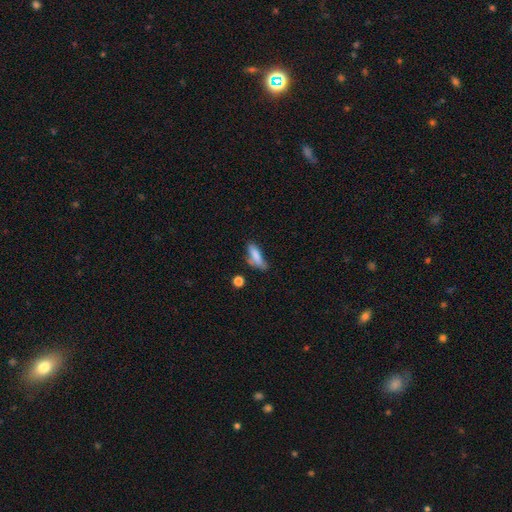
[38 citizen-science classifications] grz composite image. It shows a smooth galaxy with no disk features (82%) that is cigar-shaped (65%). Merging: none (44%).